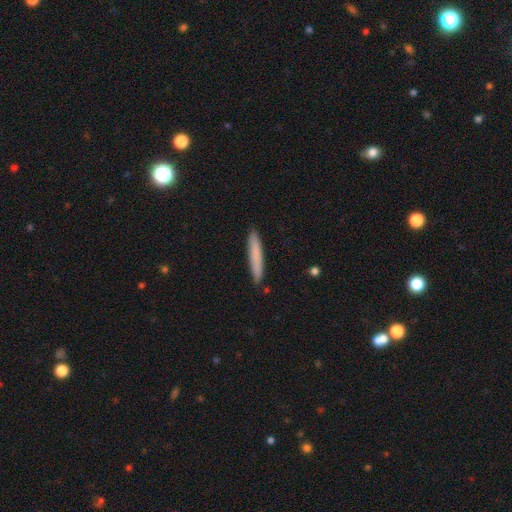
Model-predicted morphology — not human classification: type=smooth (78%); roundness=cigar-shaped (95%); merging=none (90%).